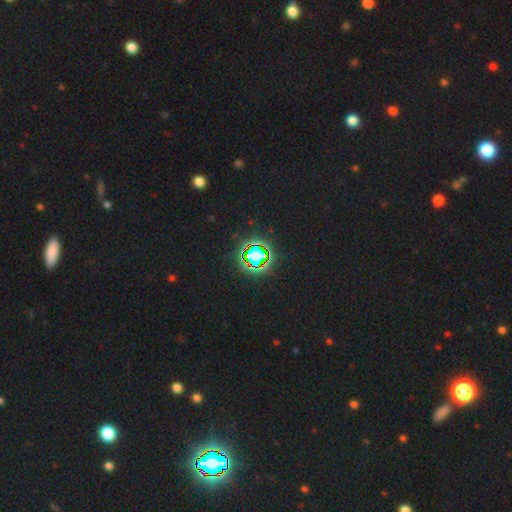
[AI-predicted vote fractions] A star or artifact, not a galaxy (75%).

Vote fractions:
- Smooth or featured? star or artifact: 75% / smooth: 16% / featured or disk: 9%